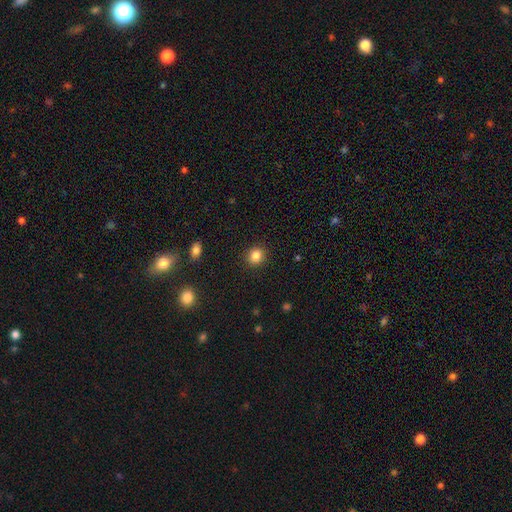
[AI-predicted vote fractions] Overall: smooth (85%). How rounded: round (85%). Merging: none (91%).